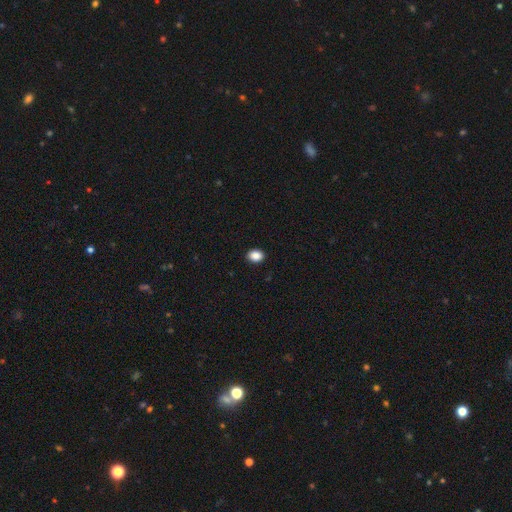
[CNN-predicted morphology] A smooth galaxy with no disk features (88%) that is in between round and cigar-shaped (61%). Merging: none (92%).